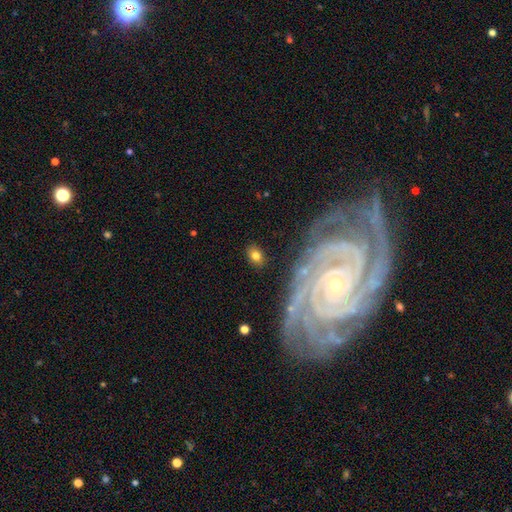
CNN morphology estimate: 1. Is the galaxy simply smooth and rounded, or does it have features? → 76% smooth, 15% featured or disk, 9% star or artifact.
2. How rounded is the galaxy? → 70% in between, 28% round, 2% cigar-shaped.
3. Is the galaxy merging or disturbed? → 83% none, 10% minor disturbance, 4% major disturbance, 2% merger.